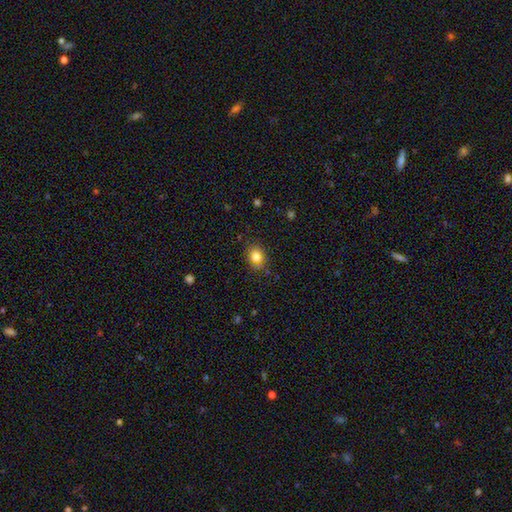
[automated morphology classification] Smooth or featured: smooth — 83% (star or artifact — 11%)
How rounded: round — 57% (in between — 42%)
Merging: none — 82% (minor disturbance — 13%)